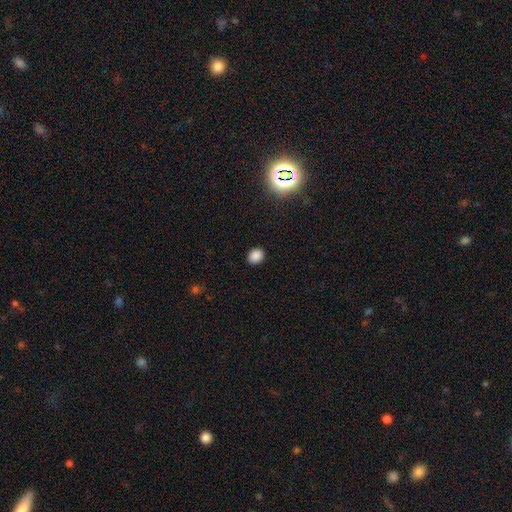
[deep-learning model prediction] Smooth or featured: smooth — 84% (star or artifact — 13%)
How rounded: round — 62% (in between — 37%)
Merging: none — 89% (minor disturbance — 8%)